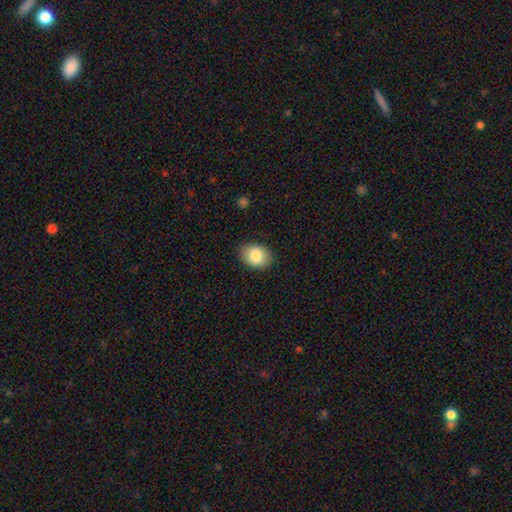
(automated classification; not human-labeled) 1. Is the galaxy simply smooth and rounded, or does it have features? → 84% smooth, 8% featured or disk, 8% star or artifact.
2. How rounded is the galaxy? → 69% in between, 30% round, 1% cigar-shaped.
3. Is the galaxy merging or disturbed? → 86% none, 11% minor disturbance, 2% major disturbance, 1% merger.